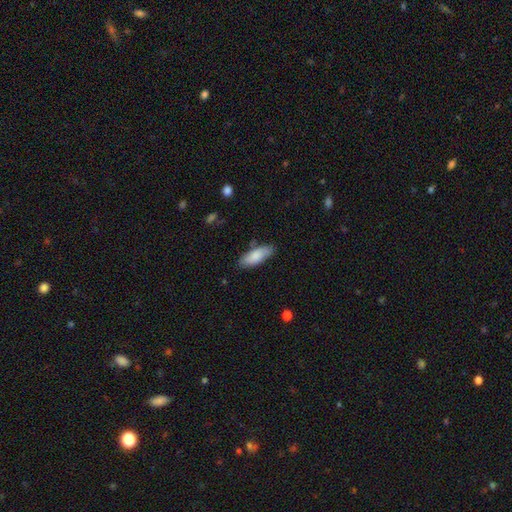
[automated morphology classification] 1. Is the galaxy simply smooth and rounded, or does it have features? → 84% smooth, 10% featured or disk, 6% star or artifact.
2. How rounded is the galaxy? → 72% in between, 26% cigar-shaped, 2% round.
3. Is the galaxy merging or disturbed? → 81% none, 14% minor disturbance, 3% major disturbance, 2% merger.